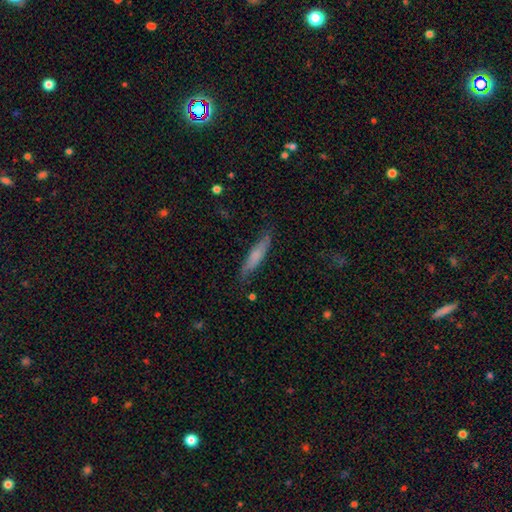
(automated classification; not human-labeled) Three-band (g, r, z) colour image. It shows a smooth galaxy with no disk features (64%) that is cigar-shaped (88%). Merging: none (82%).